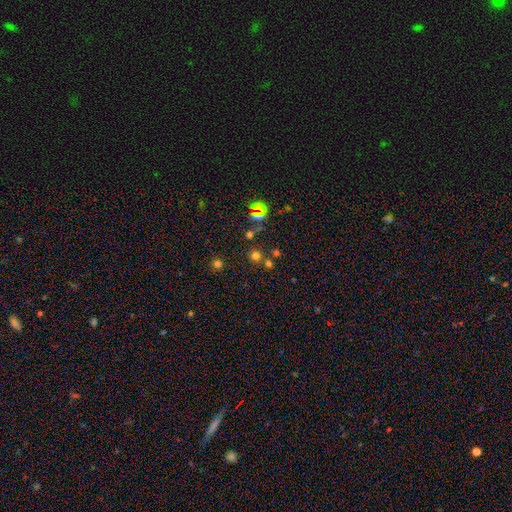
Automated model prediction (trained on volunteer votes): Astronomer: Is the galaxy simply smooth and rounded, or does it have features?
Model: smooth — 60%.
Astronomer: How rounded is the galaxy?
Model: round — 92%.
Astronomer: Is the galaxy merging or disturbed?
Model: none — 75%.